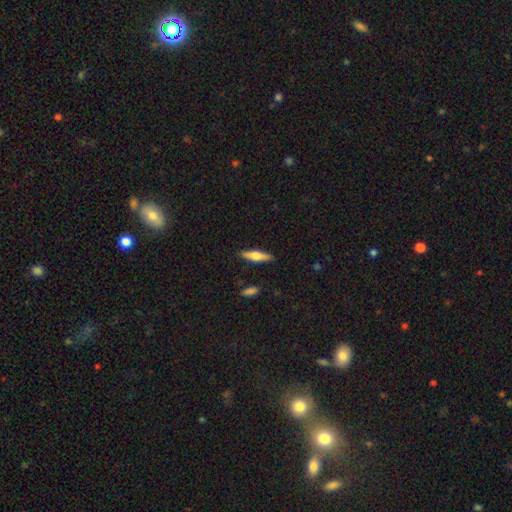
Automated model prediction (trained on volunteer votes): A smooth galaxy with no disk features (50%). Merging: none (89%).